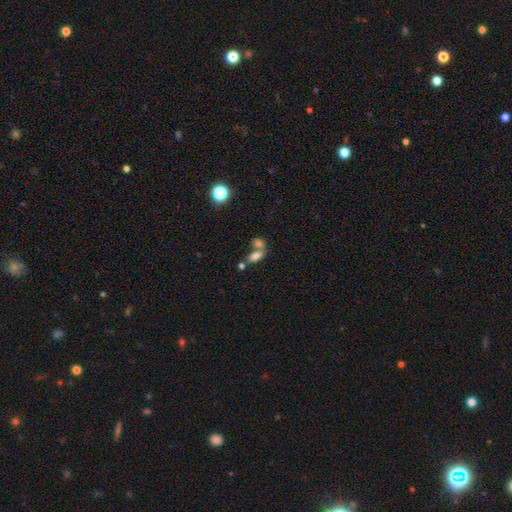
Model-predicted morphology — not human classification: Overall: smooth (76%). How rounded: in between (84%). Merging: merger (55%; none 31%).